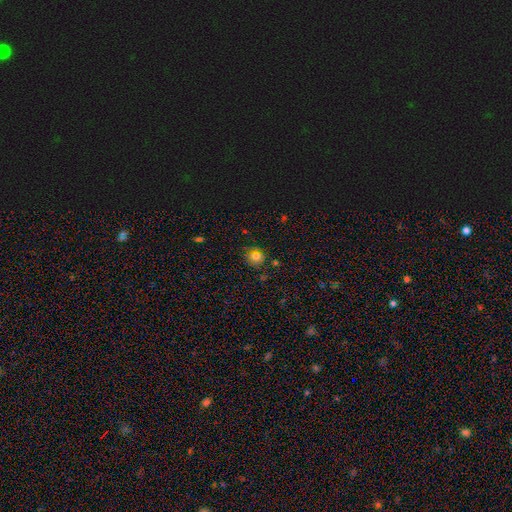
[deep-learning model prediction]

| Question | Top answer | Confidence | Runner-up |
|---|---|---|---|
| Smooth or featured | smooth | 77% | star or artifact (15%) |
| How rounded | round | 85% | in between (14%) |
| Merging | none | 80% | minor disturbance (14%) |